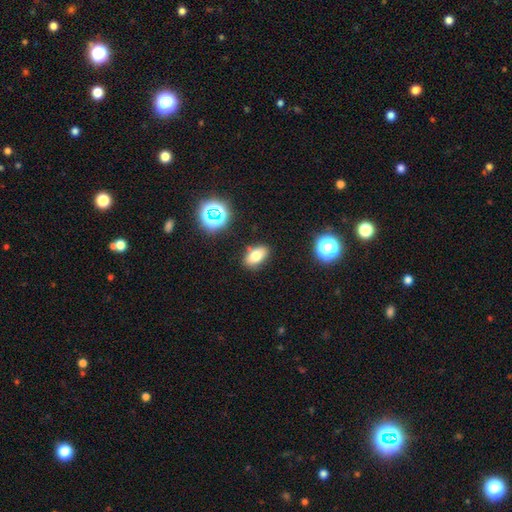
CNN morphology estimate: smooth-or-featured: smooth: 74% | star or artifact: 14% | featured or disk: 12%
  how-rounded: in between: 87% | round: 10% | cigar-shaped: 3%
  merging: none: 84% | minor disturbance: 11% | merger: 3% | major disturbance: 3%